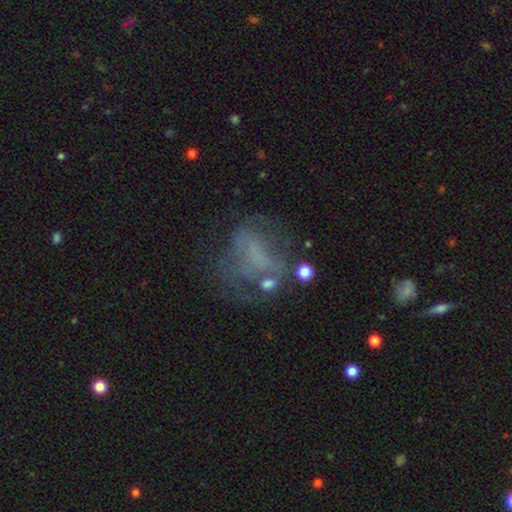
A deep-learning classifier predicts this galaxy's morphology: Smooth or featured? Predicted: featured or disk (p=0.43). Merging? Predicted: none (p=0.43).